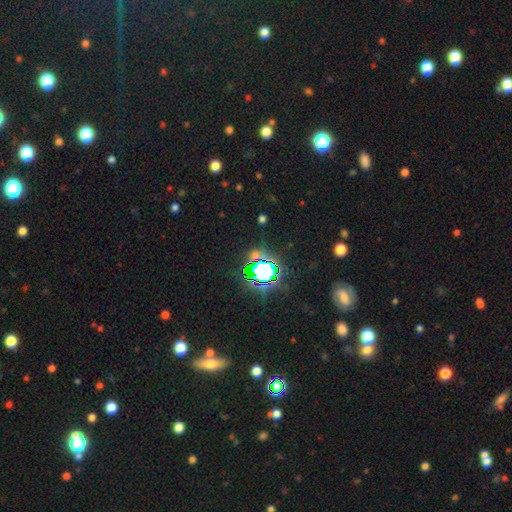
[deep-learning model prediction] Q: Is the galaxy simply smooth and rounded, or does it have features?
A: star or artifact — 72%.